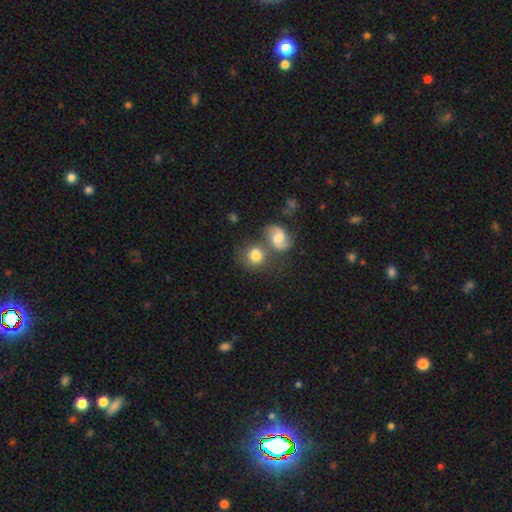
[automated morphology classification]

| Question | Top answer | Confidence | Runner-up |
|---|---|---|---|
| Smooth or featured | smooth | 71% | featured or disk (21%) |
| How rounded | round | 76% | in between (23%) |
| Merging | none | 54% | merger (29%) |